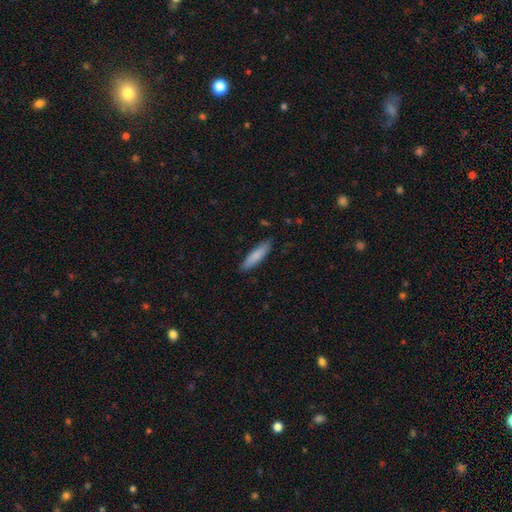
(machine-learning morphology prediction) This appears to be a smooth galaxy with no disk features (83%) that is cigar-shaped (76%). Merging: none (87%).